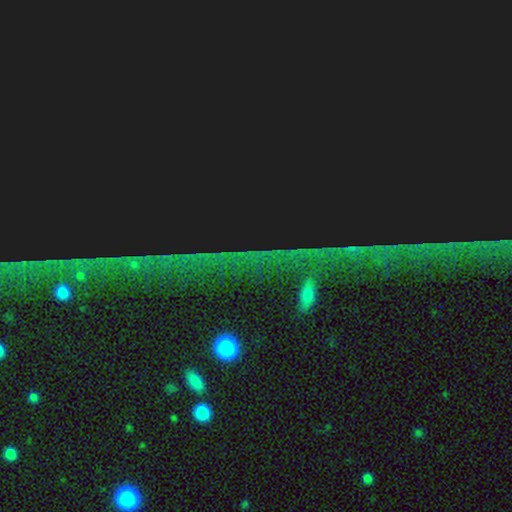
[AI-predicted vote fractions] Smooth or featured? Predicted: star or artifact (p=0.72).